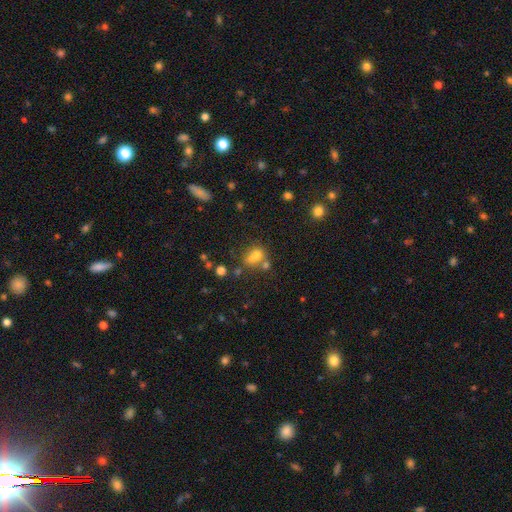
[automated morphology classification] A smooth galaxy with no disk features (65%) that is round (64%).

Vote fractions:
- Smooth or featured? smooth: 65% / star or artifact: 18% / featured or disk: 17%
- How rounded? round: 64% / in between: 34% / cigar-shaped: 1%
- Merging? merger: 47% / none: 36% / minor disturbance: 10% / major disturbance: 6%